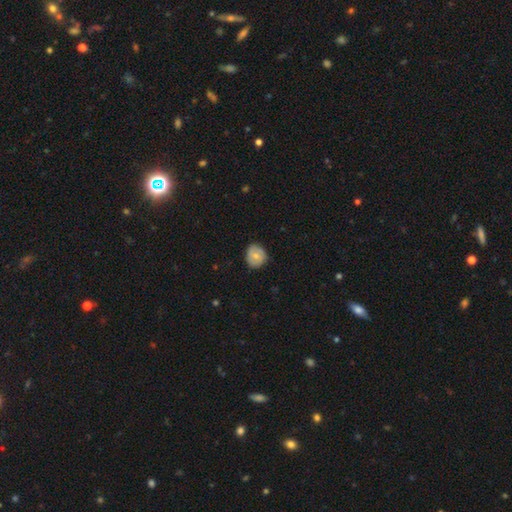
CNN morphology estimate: smooth-or-featured: smooth: 64% | featured or disk: 29% | star or artifact: 7%
  how-rounded: round: 69% | in between: 30% | cigar-shaped: 1%
  merging: none: 74% | minor disturbance: 21% | major disturbance: 3% | merger: 1%